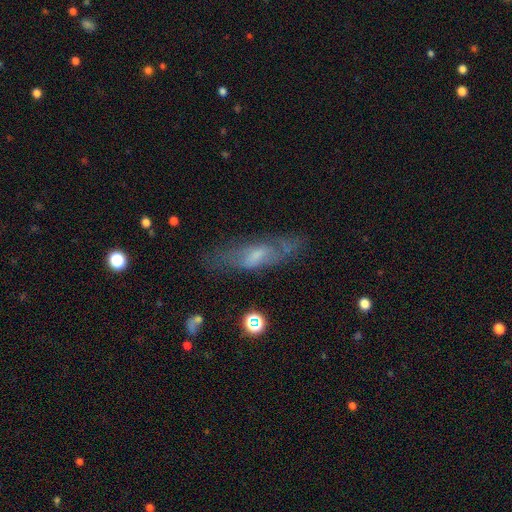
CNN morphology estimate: type=featured or disk (53%); edge-on=no (64%); merging=none (66%).